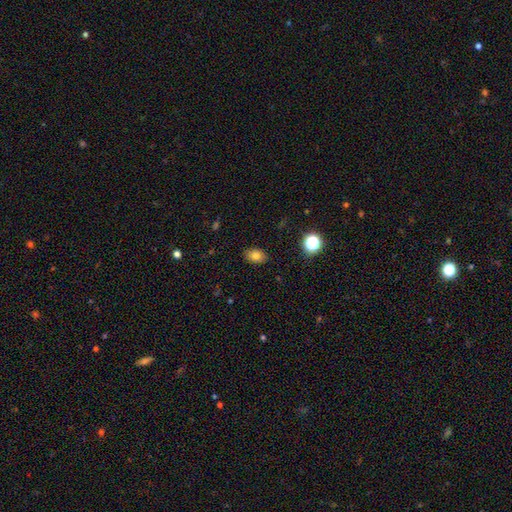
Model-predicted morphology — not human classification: Smooth or featured?
  - smooth: 77% *
  - star or artifact: 12%
  - featured or disk: 11%
How rounded?
  - in between: 80% *
  - round: 18%
  - cigar-shaped: 1%
Merging?
  - none: 87% *
  - minor disturbance: 10%
  - major disturbance: 2%
  - merger: 1%